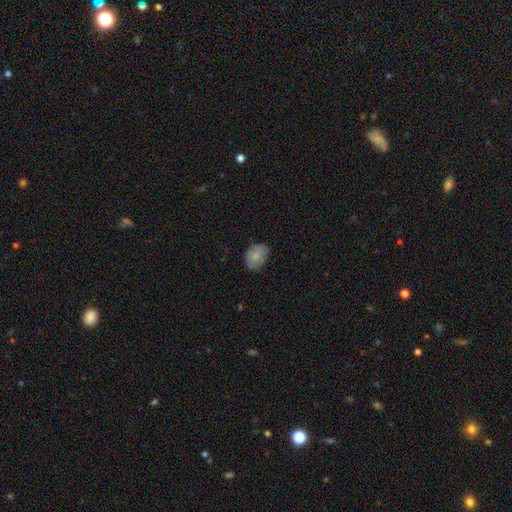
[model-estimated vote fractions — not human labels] Morphology: type=smooth (81%); roundness=in between (69%); merging=none (70%).